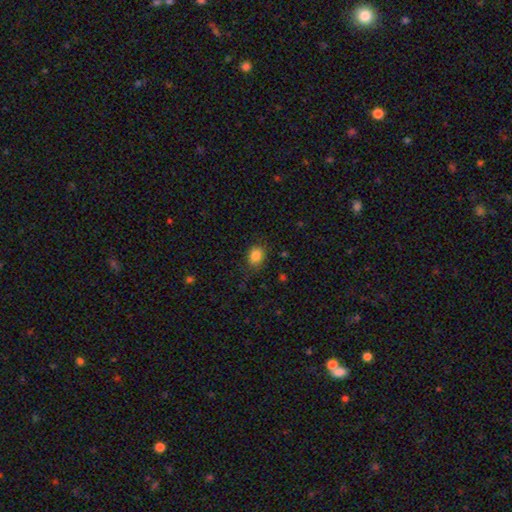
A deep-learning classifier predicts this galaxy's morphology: A smooth galaxy with no disk features (85%) that is in between round and cigar-shaped (51%).

Vote fractions:
- Smooth or featured? smooth: 85% / star or artifact: 10% / featured or disk: 5%
- How rounded? in between: 51% / round: 48% / cigar-shaped: 1%
- Merging? none: 79% / minor disturbance: 15% / major disturbance: 4% / merger: 1%